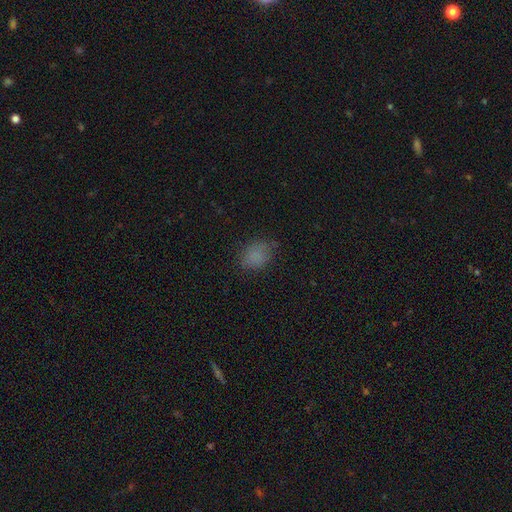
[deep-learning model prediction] Smooth or featured: smooth — 80% (star or artifact — 14%)
How rounded: in between — 56% (round — 43%)
Merging: none — 73% (minor disturbance — 20%)